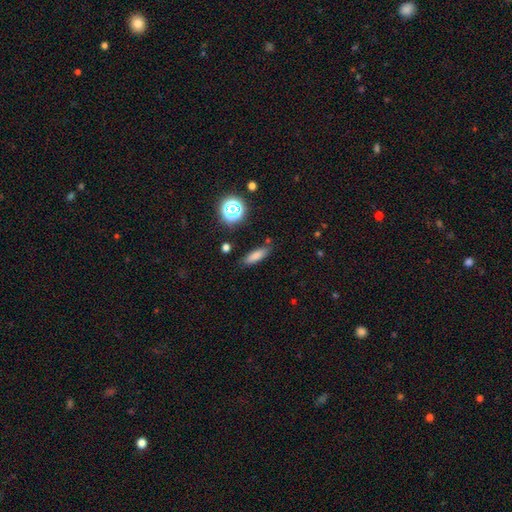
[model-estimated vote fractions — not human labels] Smooth or featured?
  - smooth: 79% *
  - star or artifact: 12%
  - featured or disk: 9%
How rounded?
  - cigar-shaped: 49% *
  - in between: 46%
  - round: 5%
Merging?
  - none: 80% *
  - minor disturbance: 13%
  - major disturbance: 3%
  - merger: 3%